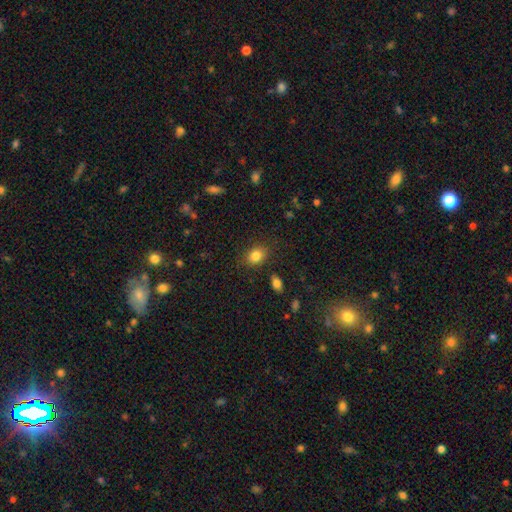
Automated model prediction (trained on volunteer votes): This is clearly a smooth galaxy (83%). How rounded: likely in between (60%). Merging: clearly none (82%).